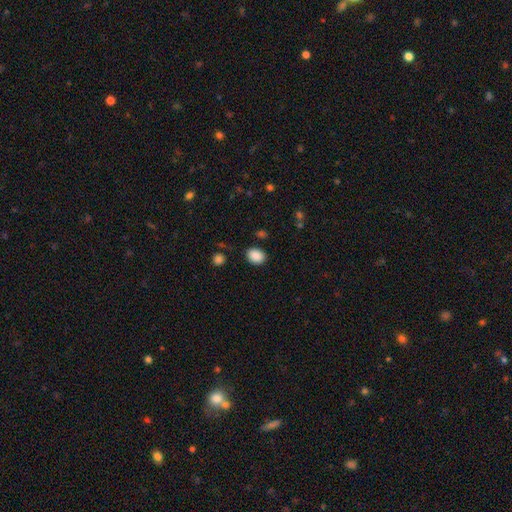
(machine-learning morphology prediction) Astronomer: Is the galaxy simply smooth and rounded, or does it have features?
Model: smooth — 89%.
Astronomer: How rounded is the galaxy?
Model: in between — 60% (runner-up: round, 40%).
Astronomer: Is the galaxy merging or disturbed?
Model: none — 84%.